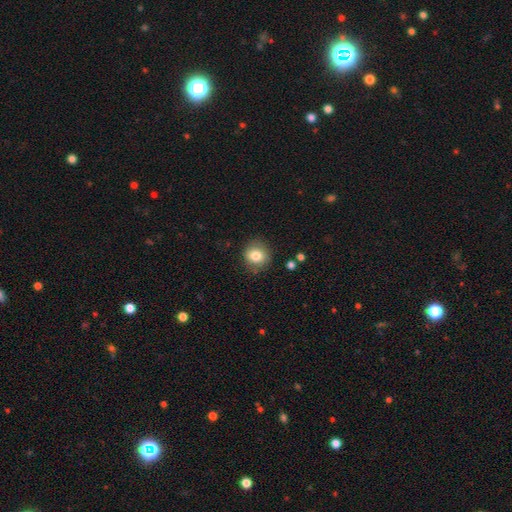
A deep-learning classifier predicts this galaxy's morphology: smooth-or-featured: smooth: 81% | star or artifact: 9% | featured or disk: 9%
  how-rounded: round: 81% | in between: 18% | cigar-shaped: 1%
  merging: none: 82% | minor disturbance: 13% | major disturbance: 3% | merger: 2%